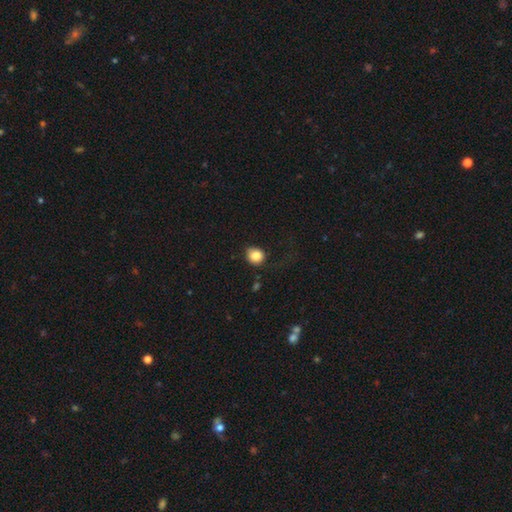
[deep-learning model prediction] Smooth or featured: smooth — 84% (star or artifact — 9%)
How rounded: round — 78% (in between — 21%)
Merging: none — 70% (minor disturbance — 20%)